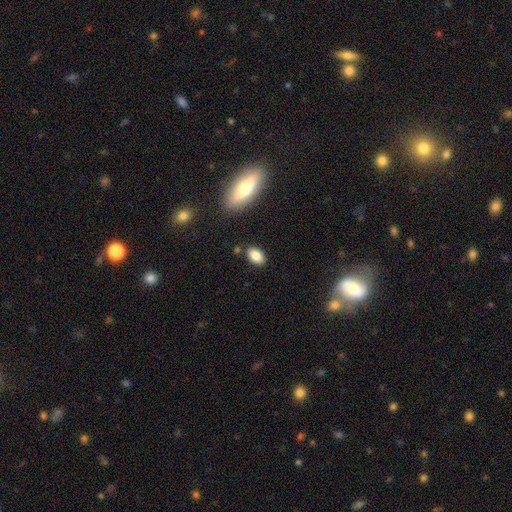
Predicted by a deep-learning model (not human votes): Smooth or featured? Predicted: smooth (p=0.84). How rounded? Predicted: in between (p=0.89). Merging? Predicted: none (p=0.84).